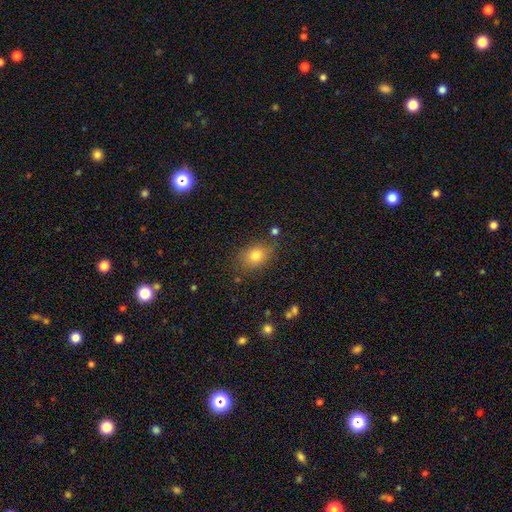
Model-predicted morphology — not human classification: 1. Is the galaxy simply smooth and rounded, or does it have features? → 79% smooth, 11% featured or disk, 10% star or artifact.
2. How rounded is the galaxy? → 68% in between, 30% round, 1% cigar-shaped.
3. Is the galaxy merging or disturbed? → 78% none, 15% minor disturbance, 4% major disturbance, 3% merger.